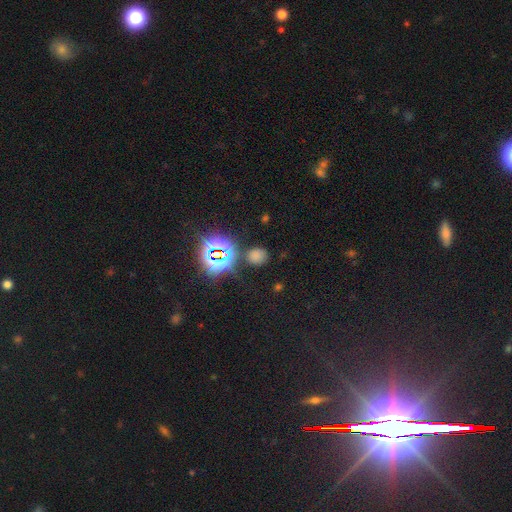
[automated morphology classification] Smooth or featured: smooth — 60% (star or artifact — 35%)
How rounded: round — 76% (in between — 23%)
Merging: none — 81% (minor disturbance — 11%)